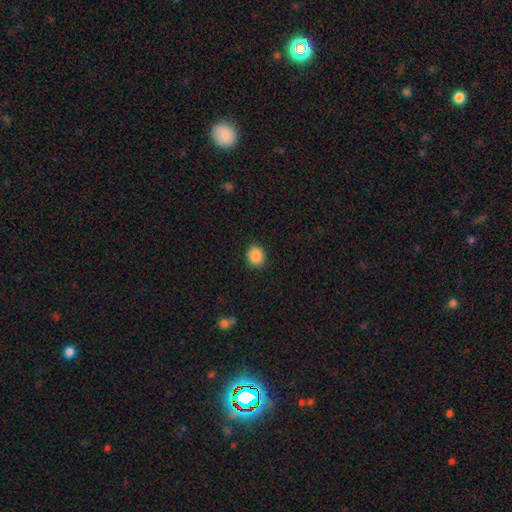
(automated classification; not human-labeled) Overall: smooth (88%). How rounded: round (63%; in between 36%). Merging: none (90%).